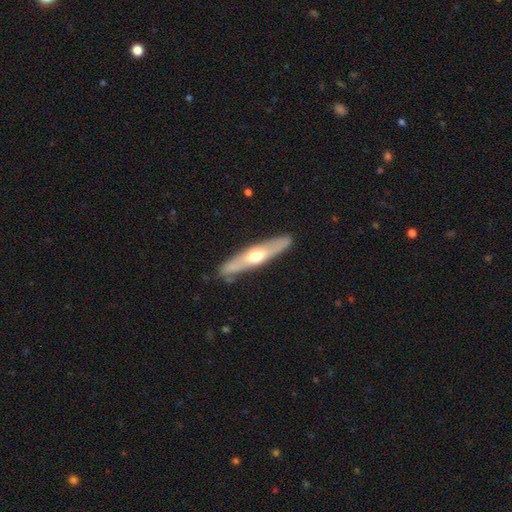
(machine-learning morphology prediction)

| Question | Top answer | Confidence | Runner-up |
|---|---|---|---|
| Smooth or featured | featured or disk | 54% | smooth (41%) |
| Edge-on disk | yes | 82% | no (18%) |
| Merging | none | 86% | minor disturbance (10%) |